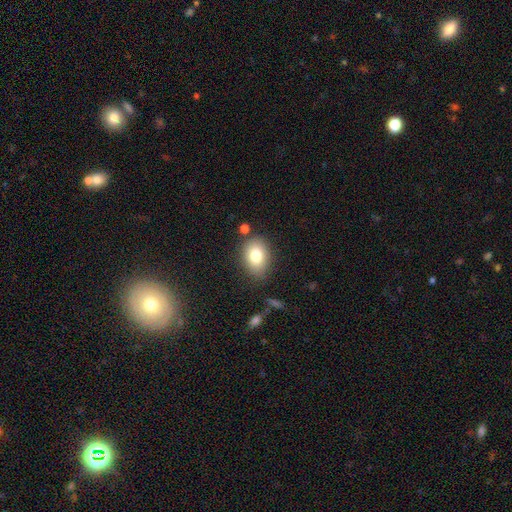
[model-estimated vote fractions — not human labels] Smooth or featured?
  - smooth: 80% *
  - featured or disk: 12%
  - star or artifact: 9%
How rounded?
  - in between: 74% *
  - round: 25%
  - cigar-shaped: 1%
Merging?
  - none: 77% *
  - minor disturbance: 15%
  - merger: 5%
  - major disturbance: 4%